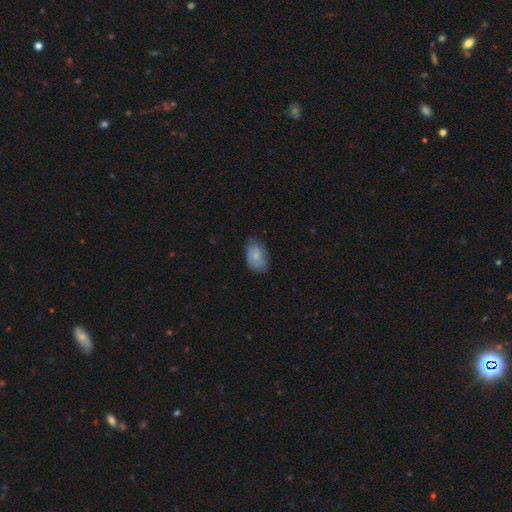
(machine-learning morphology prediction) A smooth galaxy with no disk features (73%) that is in between round and cigar-shaped (87%). Merging: none (67%).